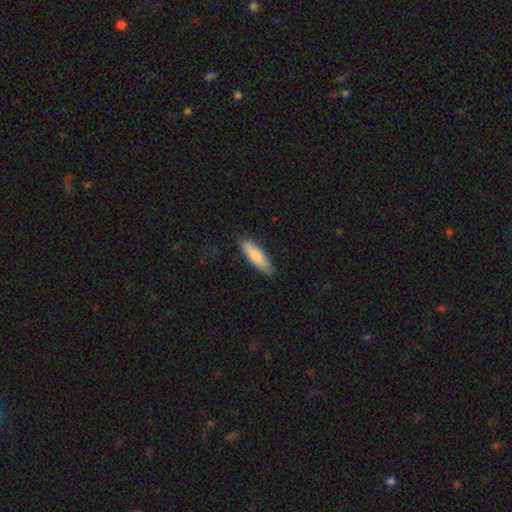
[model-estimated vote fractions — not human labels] Smooth or featured?
  - smooth: 81% *
  - featured or disk: 14%
  - star or artifact: 5%
How rounded?
  - cigar-shaped: 53% *
  - in between: 46%
  - round: 2%
Merging?
  - none: 85% *
  - minor disturbance: 12%
  - major disturbance: 2%
  - merger: 1%